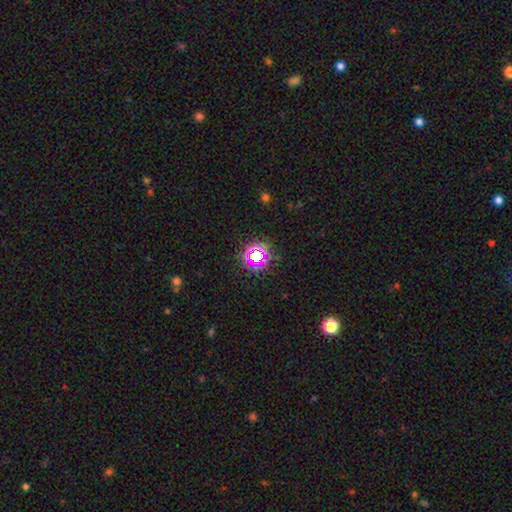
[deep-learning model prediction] A star or artifact, not a galaxy (69%).

Vote fractions:
- Smooth or featured? star or artifact: 69% / smooth: 22% / featured or disk: 10%